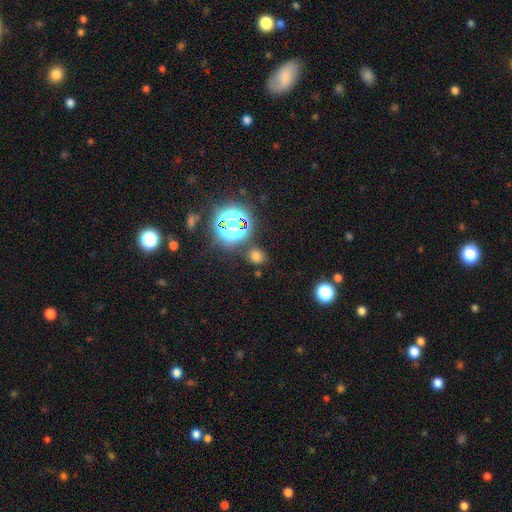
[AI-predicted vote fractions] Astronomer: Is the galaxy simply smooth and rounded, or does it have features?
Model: smooth — 63%.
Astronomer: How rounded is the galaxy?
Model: round — 69%.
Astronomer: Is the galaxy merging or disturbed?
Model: none — 80%.